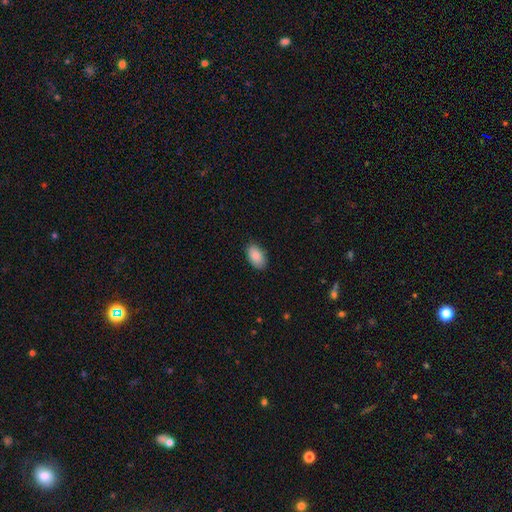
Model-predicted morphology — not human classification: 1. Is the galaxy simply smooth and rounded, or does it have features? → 87% smooth, 7% star or artifact, 6% featured or disk.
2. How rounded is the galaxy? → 94% in between, 5% round, 2% cigar-shaped.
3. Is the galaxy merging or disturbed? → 85% none, 12% minor disturbance, 2% major disturbance, 1% merger.